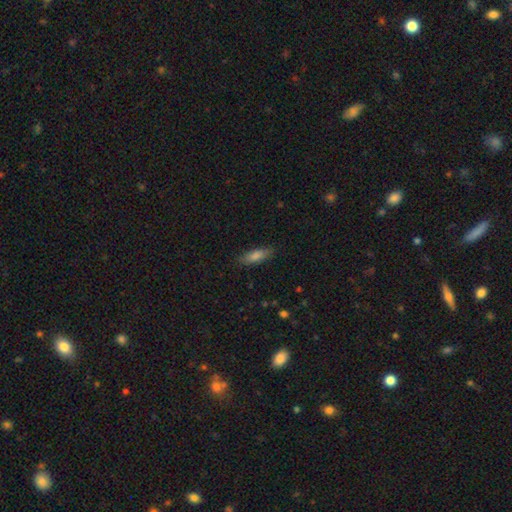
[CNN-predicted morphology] type=smooth (78%); roundness=cigar-shaped (50%); merging=none (86%).